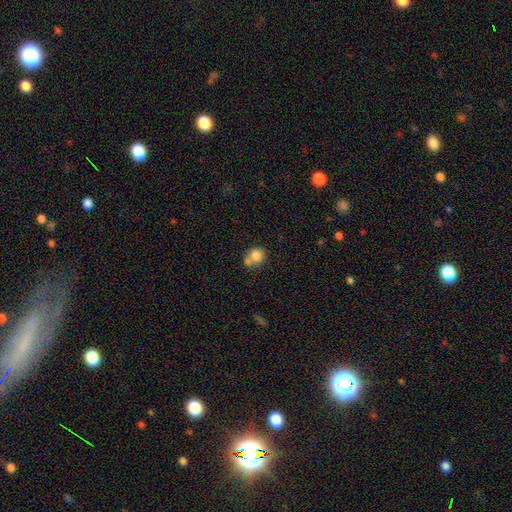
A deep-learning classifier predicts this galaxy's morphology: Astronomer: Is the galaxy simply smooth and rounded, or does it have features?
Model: smooth — 79%.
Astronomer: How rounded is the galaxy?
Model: round — 78%.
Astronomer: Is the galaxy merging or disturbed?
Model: none — 45% (runner-up: merger, 39%).